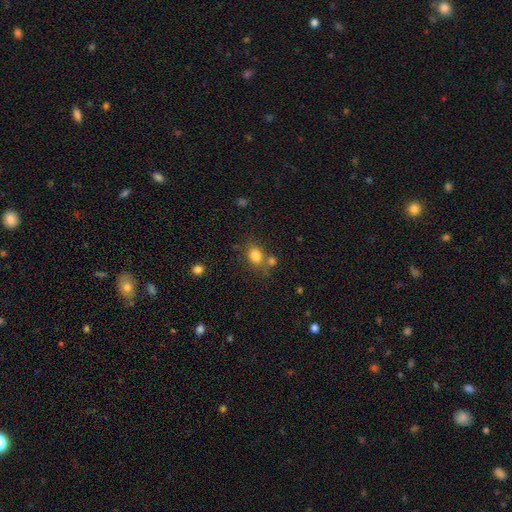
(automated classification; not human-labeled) Smooth or featured? Predicted: smooth (p=0.81). How rounded? Predicted: round (p=0.56). Merging? Predicted: none (p=0.61).